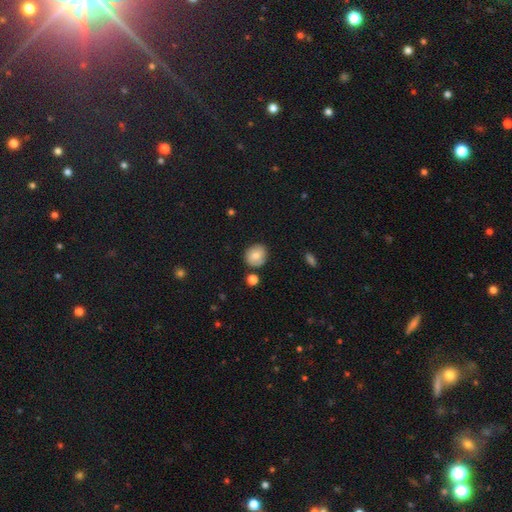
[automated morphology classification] This appears to be a smooth galaxy with no disk features (82%) that is round (76%). Merging: none (78%).